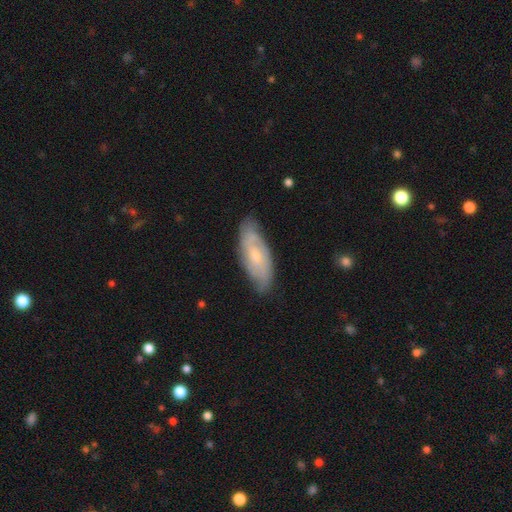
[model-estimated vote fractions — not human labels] Smooth or featured? featured or disk (62%)
Edge-on disk? no (86%)
Bar? no (64%)
Spiral arms? yes (84%)
Bulge size? small (59%)
Merging? none (74%)